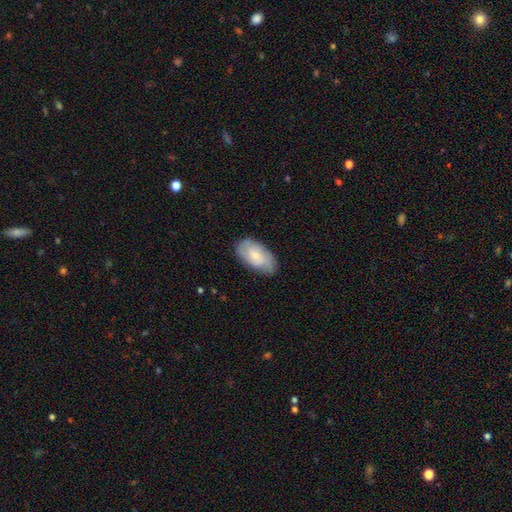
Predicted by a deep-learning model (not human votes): A smooth galaxy with no disk features (48%). Merging: none (76%).